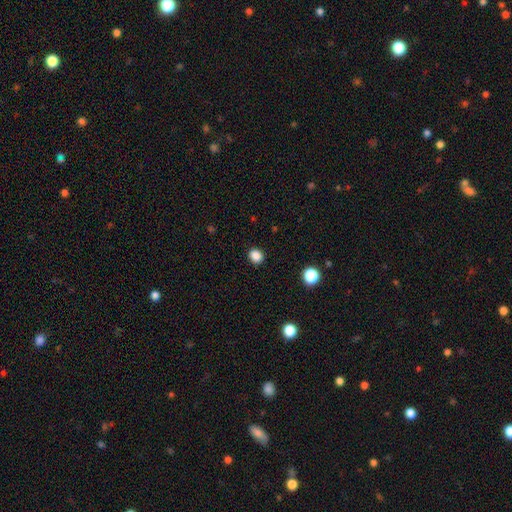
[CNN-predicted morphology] The model was most divided on "how rounded": round: 73%, in between: 26%, cigar-shaped: 1%. More confident: merging — none (90%); smooth or featured — smooth (86%).